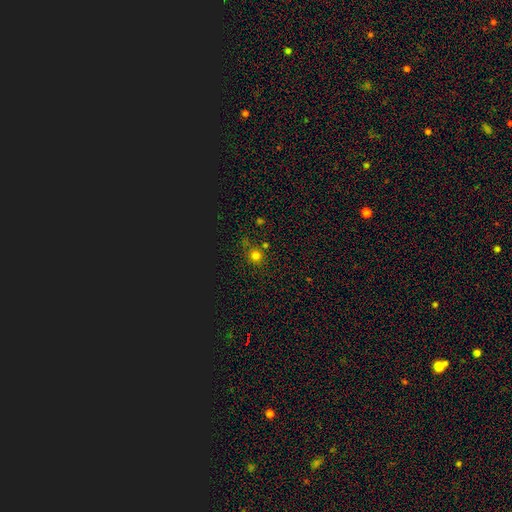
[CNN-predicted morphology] Overall: smooth (69%). How rounded: round (90%). Merging: none (71%).